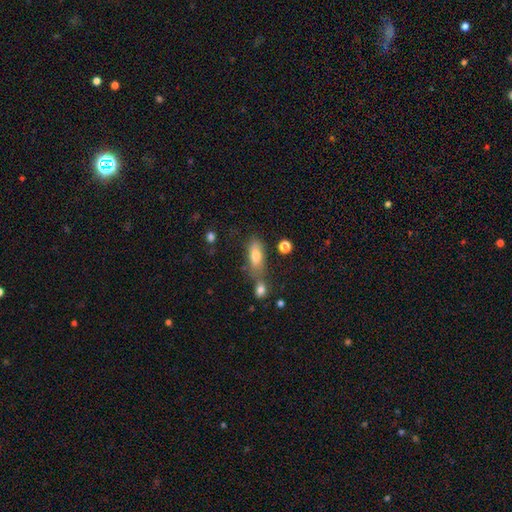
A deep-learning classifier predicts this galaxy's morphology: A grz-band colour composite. It shows a smooth galaxy with no disk features (74%) that is in between round and cigar-shaped (70%). Merging: none (55%).